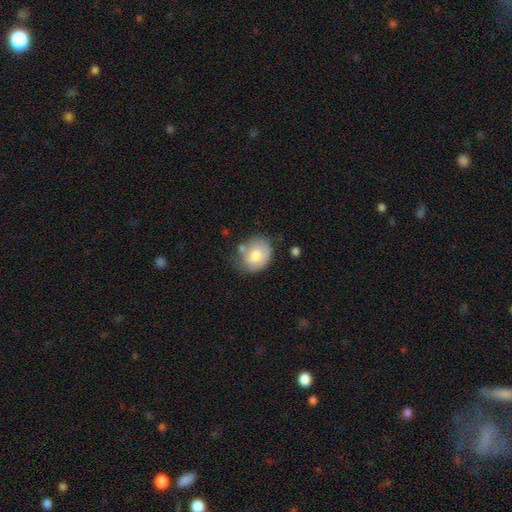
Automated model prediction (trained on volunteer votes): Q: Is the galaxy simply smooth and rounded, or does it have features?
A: smooth — 74%.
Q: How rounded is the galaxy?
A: round — 60%.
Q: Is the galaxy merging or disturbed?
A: none — 57%.